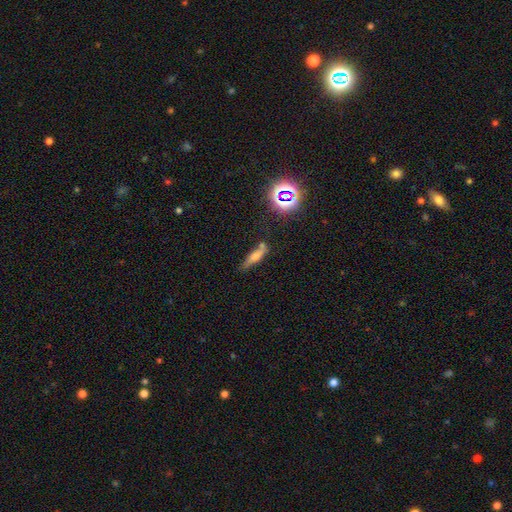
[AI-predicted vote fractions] This is possibly a smooth galaxy (50%). How rounded: likely cigar-shaped (68%). Merging: possibly none (59%).